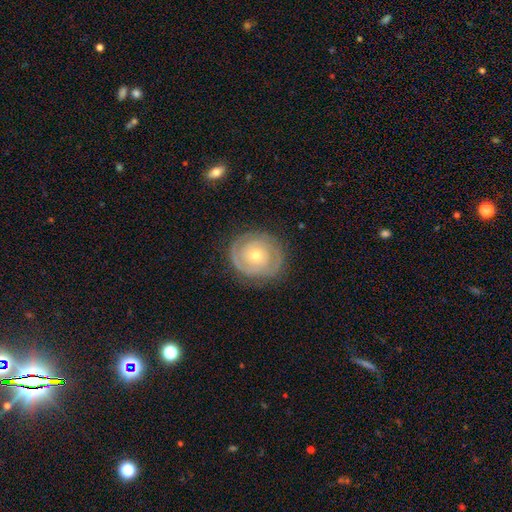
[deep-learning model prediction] This is clearly a featured or disk galaxy (81%). It is clearly not viewed edge-on (97%). Bar: likely no (80%). Spiral arm pattern: clearly yes (91%). Spiral arm count: possibly 2 (58%). Spiral winding: clearly tight (80%). Central bulge: possibly small (49%). Merging: clearly none (83%).